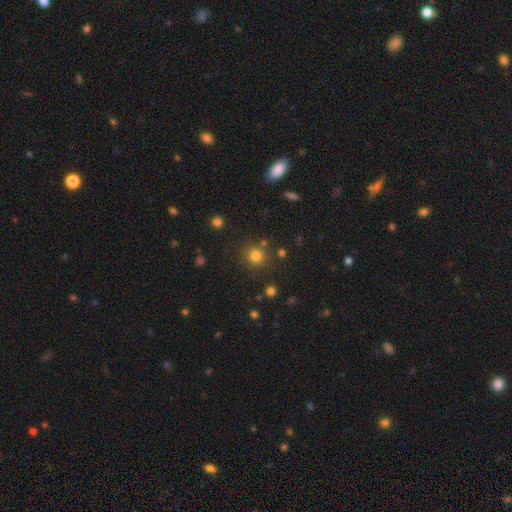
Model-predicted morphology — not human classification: Q: Smooth or featured?
A: smooth (80%); runner-up: star or artifact (15%)
Q: How rounded?
A: round (92%); runner-up: in between (7%)
Q: Merging?
A: none (83%); runner-up: minor disturbance (8%)